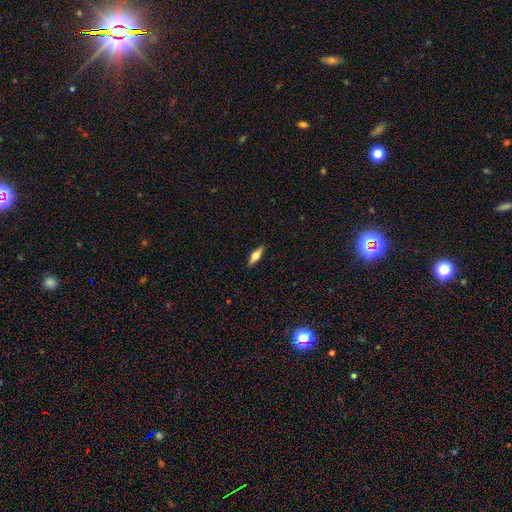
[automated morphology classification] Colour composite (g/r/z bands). It shows a smooth galaxy with no disk features (49%). Merging: none (90%).